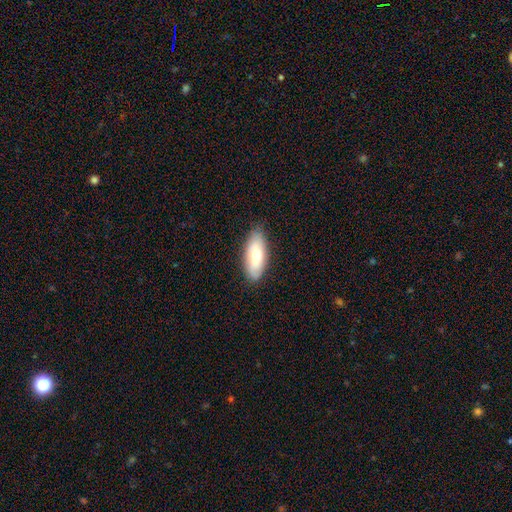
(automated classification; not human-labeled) smooth-or-featured: smooth: 75% | featured or disk: 19% | star or artifact: 6%
  how-rounded: in between: 81% | cigar-shaped: 17% | round: 2%
  merging: none: 84% | minor disturbance: 13% | major disturbance: 2% | merger: 1%